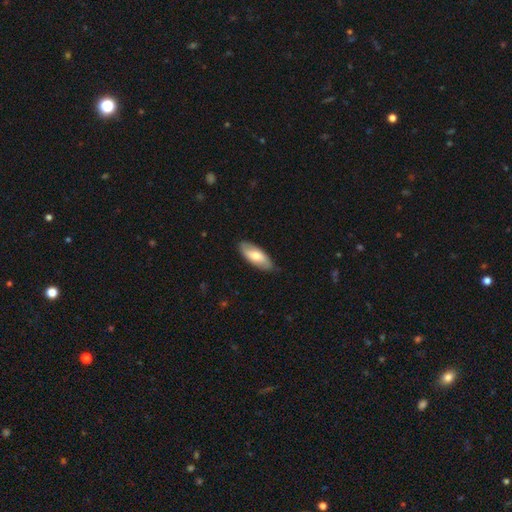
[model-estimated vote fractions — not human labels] Morphology: type=smooth (64%); roundness=in between (84%); merging=none (82%).